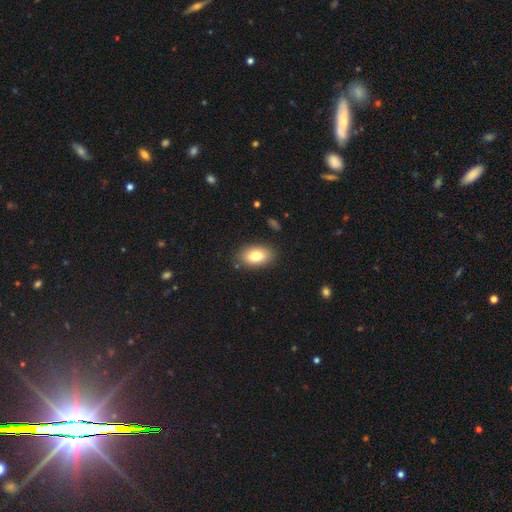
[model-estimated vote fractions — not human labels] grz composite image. It shows a smooth galaxy with no disk features (79%) that is in between round and cigar-shaped (90%). Merging: none (86%).